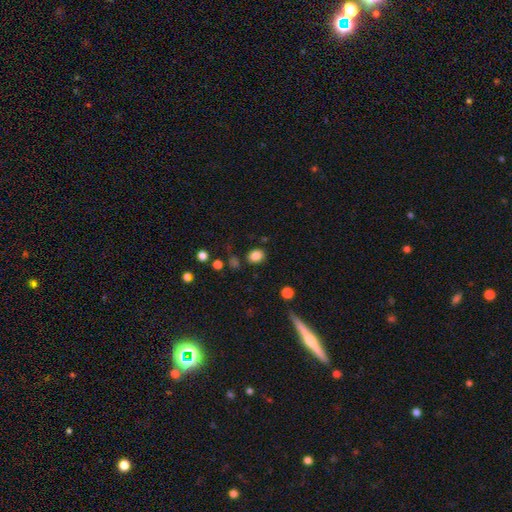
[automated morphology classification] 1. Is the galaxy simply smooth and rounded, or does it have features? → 84% smooth, 11% star or artifact, 5% featured or disk.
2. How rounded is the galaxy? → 54% in between, 45% round, 1% cigar-shaped.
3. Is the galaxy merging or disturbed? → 81% none, 11% minor disturbance, 4% merger, 4% major disturbance.